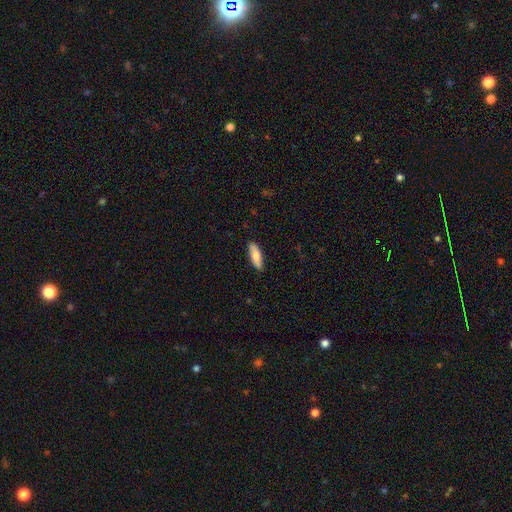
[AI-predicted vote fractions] Smooth or featured: smooth — 79% (featured or disk — 16%)
How rounded: in between — 54% (cigar-shaped — 44%)
Merging: none — 88% (minor disturbance — 10%)